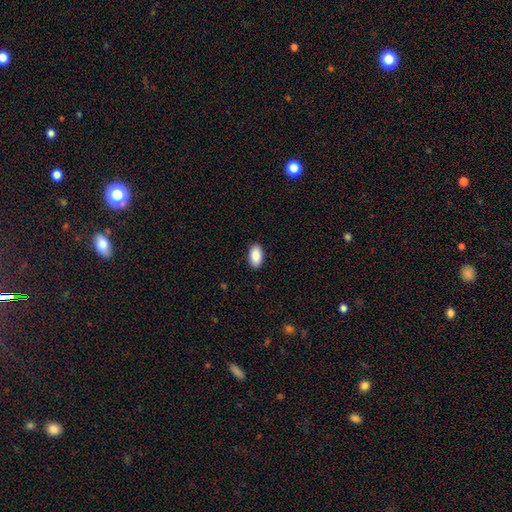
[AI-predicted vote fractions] Smooth or featured? smooth (91%)
How rounded? in between (95%)
Merging? none (90%)